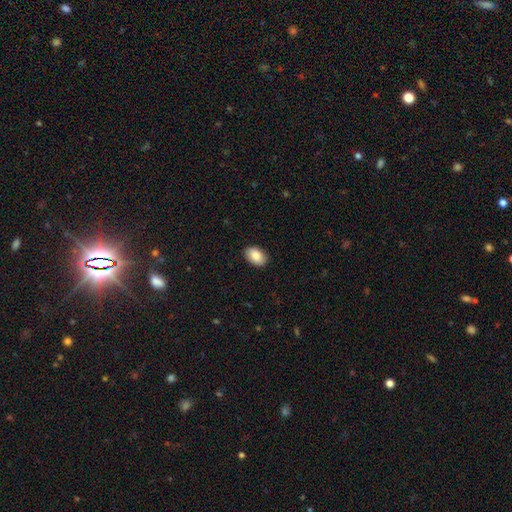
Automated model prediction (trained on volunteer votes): Smooth or featured? smooth (87%)
How rounded? in between (89%)
Merging? none (88%)